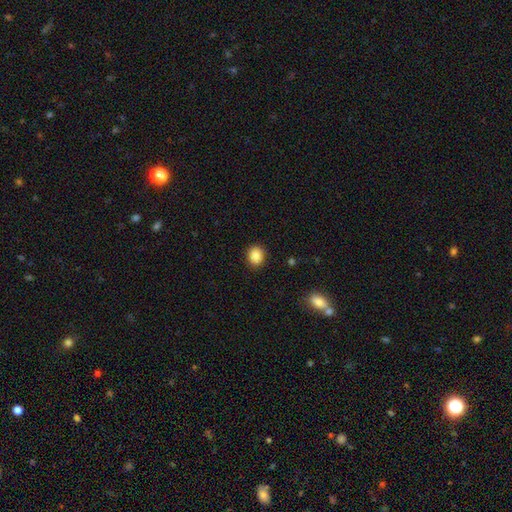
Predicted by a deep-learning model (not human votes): Smooth or featured?
  - smooth: 87% *
  - star or artifact: 9%
  - featured or disk: 4%
How rounded?
  - round: 65% *
  - in between: 34%
  - cigar-shaped: 1%
Merging?
  - none: 90% *
  - minor disturbance: 7%
  - major disturbance: 2%
  - merger: 1%